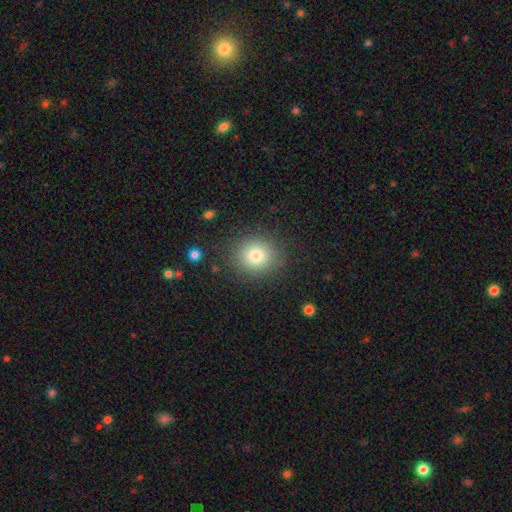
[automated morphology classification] type=smooth (78%); roundness=round (85%); merging=none (86%).